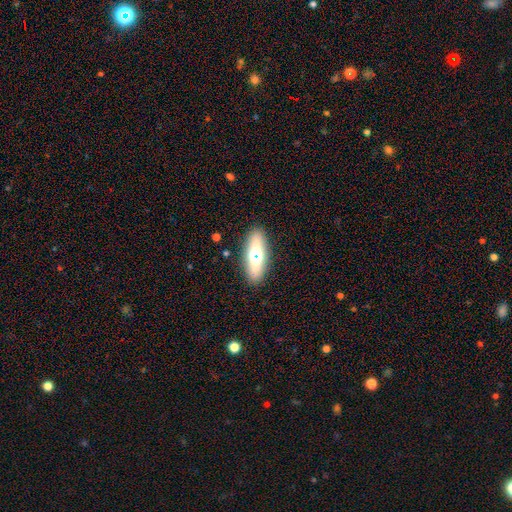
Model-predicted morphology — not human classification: smooth_or_featured: smooth (p=0.60) [alt: featured or disk p=0.30]
how_rounded: in between (p=0.57) [alt: cigar-shaped p=0.39]
merging: none (p=0.87) [alt: minor disturbance p=0.08]